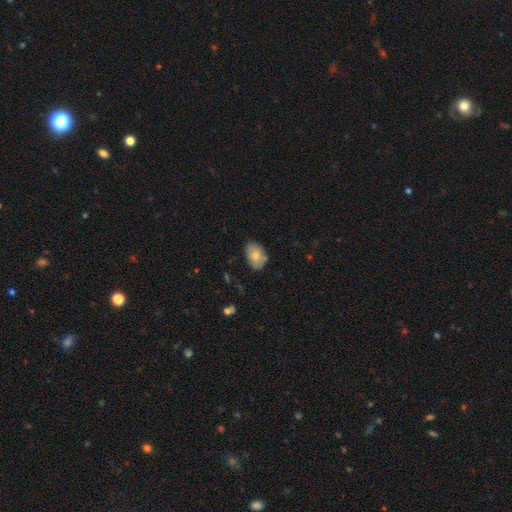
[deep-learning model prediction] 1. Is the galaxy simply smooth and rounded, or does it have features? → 71% smooth, 22% featured or disk, 7% star or artifact.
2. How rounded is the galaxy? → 87% in between, 12% round, 1% cigar-shaped.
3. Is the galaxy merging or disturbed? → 72% none, 22% minor disturbance, 4% major disturbance, 3% merger.